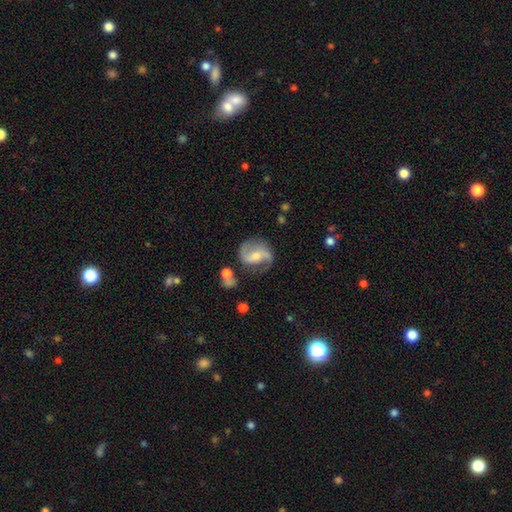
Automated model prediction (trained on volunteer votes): Smooth or featured? featured or disk (83%)
Edge-on disk? no (97%)
Bar? weak (40%)
Spiral arms? yes (95%)
Spiral winding? loose (53%)
Spiral arm count? 2 (91%)
Bulge size? moderate (47%)
Merging? none (71%)